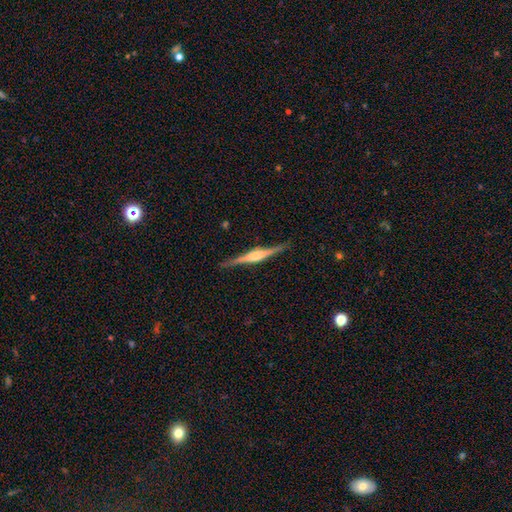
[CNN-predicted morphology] A featured or disk galaxy (81%) viewed edge-on (98%) with a rounded central bulge (77%). Merging: none (88%).